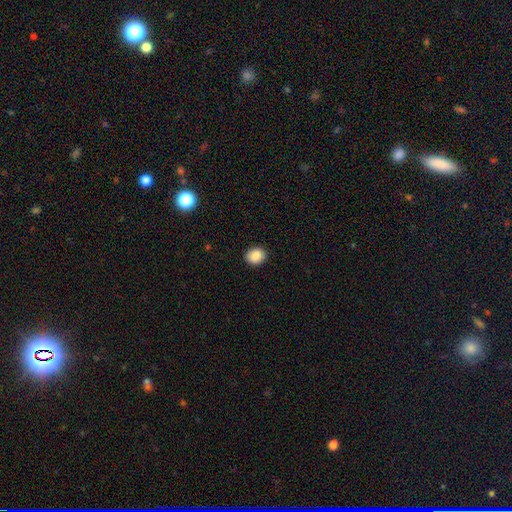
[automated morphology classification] A smooth galaxy with no disk features (88%) that is round (61%). Merging: none (90%).